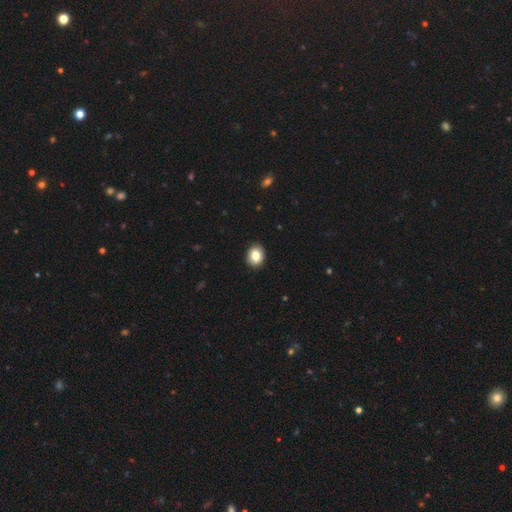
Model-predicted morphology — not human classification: type=smooth (84%); roundness=in between (53%); merging=none (91%).